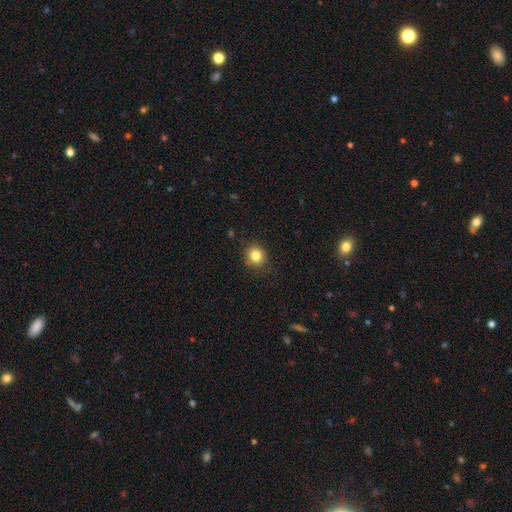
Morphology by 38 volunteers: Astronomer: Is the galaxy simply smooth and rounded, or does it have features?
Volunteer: smooth — 92%.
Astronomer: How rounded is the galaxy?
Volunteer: round — 86%.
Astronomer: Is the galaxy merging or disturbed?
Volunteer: none — 94%.